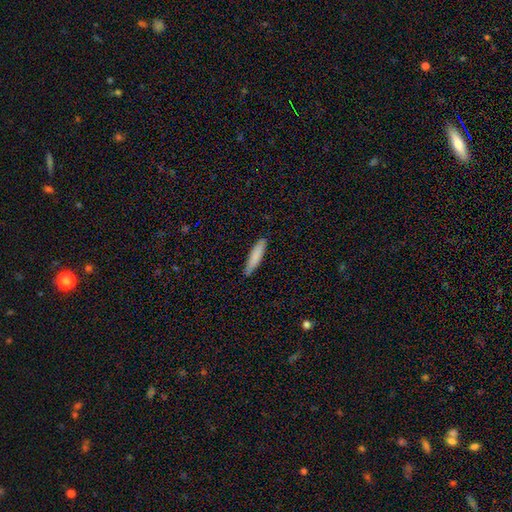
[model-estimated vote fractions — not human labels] This appears to be a smooth galaxy with no disk features (82%) that is cigar-shaped (83%). Merging: none (85%).